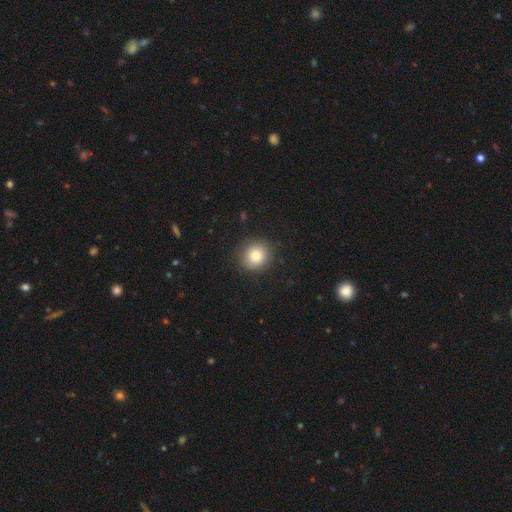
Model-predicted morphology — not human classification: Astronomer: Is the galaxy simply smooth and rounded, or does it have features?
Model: smooth — 81%.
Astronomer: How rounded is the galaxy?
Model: round — 86%.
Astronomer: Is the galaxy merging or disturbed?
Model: none — 87%.